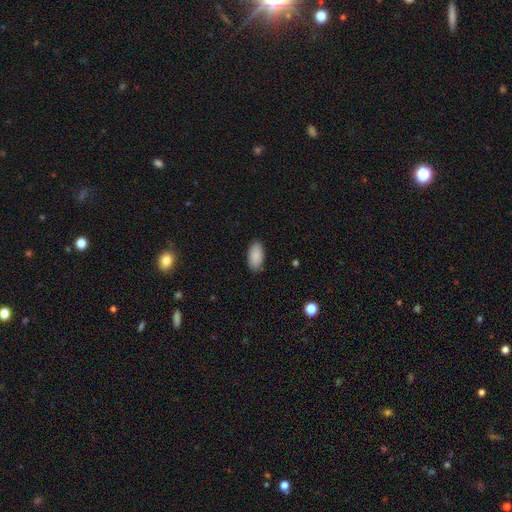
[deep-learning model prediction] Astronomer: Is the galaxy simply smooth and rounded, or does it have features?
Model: smooth — 90%.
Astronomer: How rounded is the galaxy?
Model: in between — 95%.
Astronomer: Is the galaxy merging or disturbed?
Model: none — 87%.